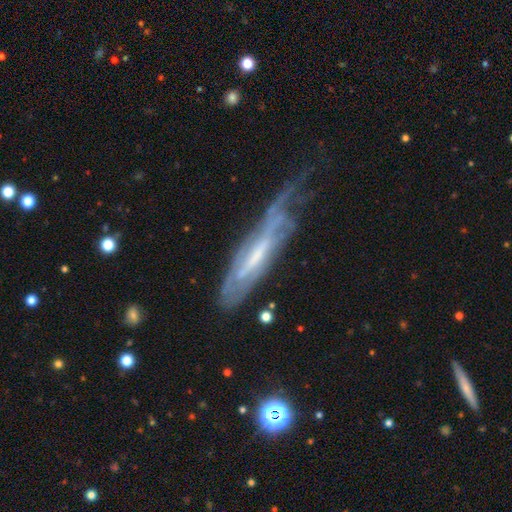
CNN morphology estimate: Smooth or featured: featured or disk — 73% (smooth — 19%)
Edge-on disk: no — 54% (yes — 46%)
Merging: none — 39% (minor disturbance — 31%)